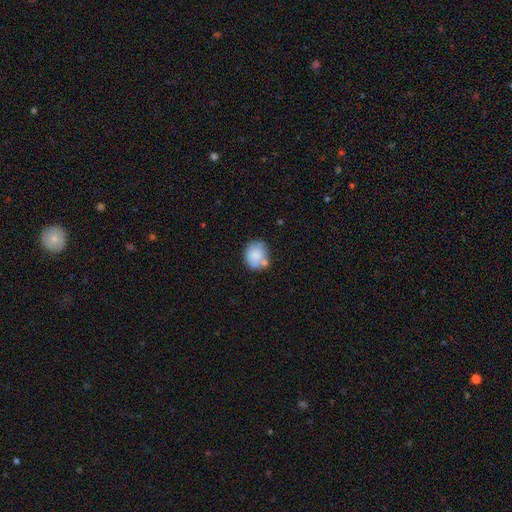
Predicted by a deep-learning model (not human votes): Smooth or featured? smooth (76%)
How rounded? round (71%)
Merging? none (54%)